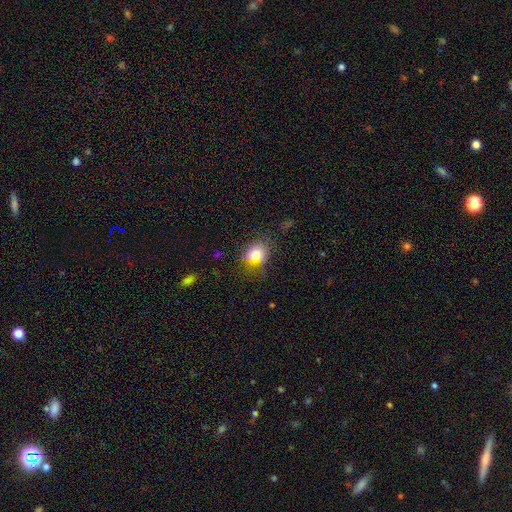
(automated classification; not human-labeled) smooth 74%, star or artifact 15%, featured or disk 11%. Down the decision tree: how rounded — round (52%); merging — none (70%).